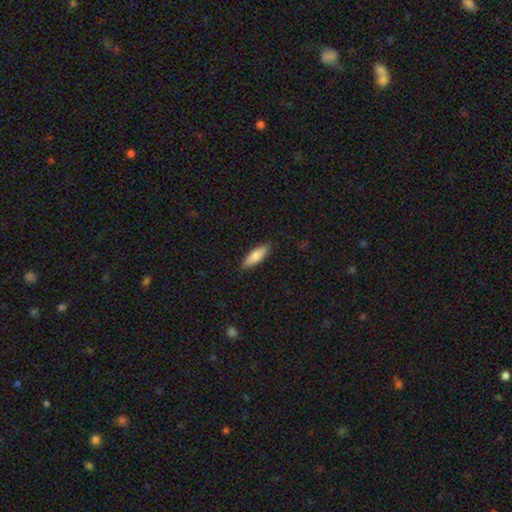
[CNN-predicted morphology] smooth-or-featured: smooth: 77% | featured or disk: 17% | star or artifact: 6%
  how-rounded: in between: 56% | cigar-shaped: 42% | round: 2%
  merging: none: 87% | minor disturbance: 10% | major disturbance: 2% | merger: 1%